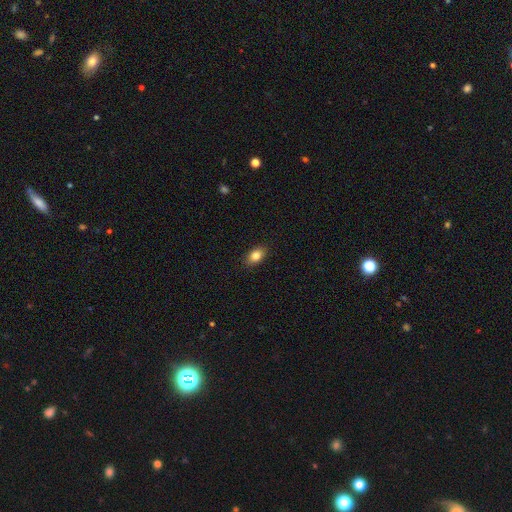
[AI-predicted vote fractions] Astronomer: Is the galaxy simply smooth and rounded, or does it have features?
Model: smooth — 83%.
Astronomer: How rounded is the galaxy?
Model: in between — 85%.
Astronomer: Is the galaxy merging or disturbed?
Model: none — 88%.